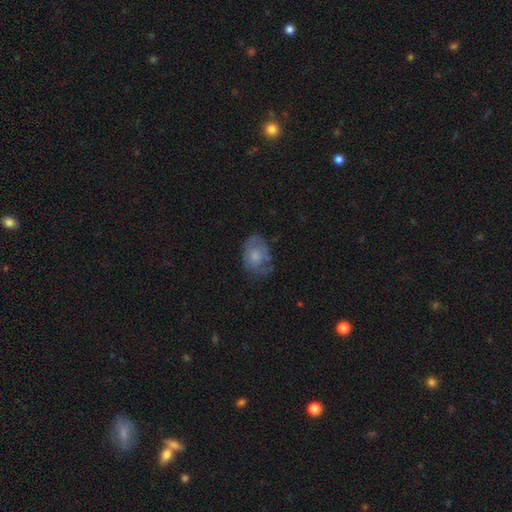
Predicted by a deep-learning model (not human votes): Q: Smooth or featured?
A: smooth (53%); runner-up: featured or disk (39%)
Q: How rounded?
A: in between (74%); runner-up: round (25%)
Q: Merging?
A: none (51%); runner-up: minor disturbance (30%)